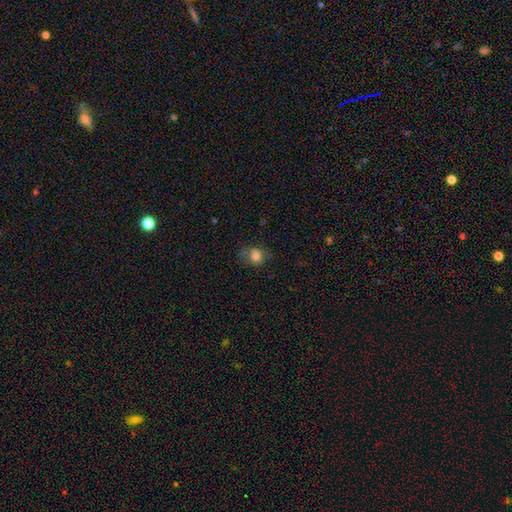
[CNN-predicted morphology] type=smooth (76%); roundness=round (55%); merging=none (55%).